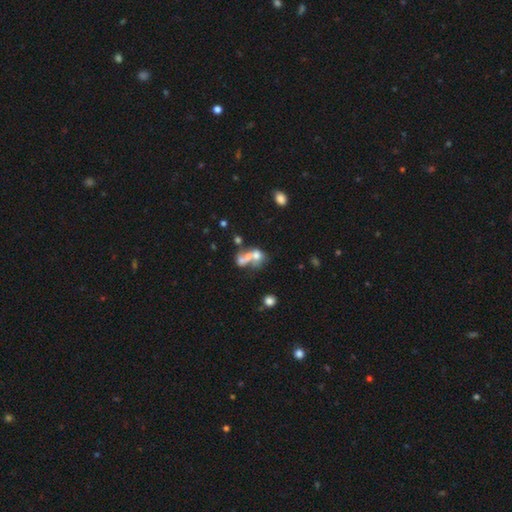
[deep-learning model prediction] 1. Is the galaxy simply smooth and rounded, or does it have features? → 53% smooth, 32% featured or disk, 16% star or artifact.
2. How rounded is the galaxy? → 52% in between, 45% round, 3% cigar-shaped.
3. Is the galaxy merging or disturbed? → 62% merger, 20% none, 11% major disturbance, 7% minor disturbance.